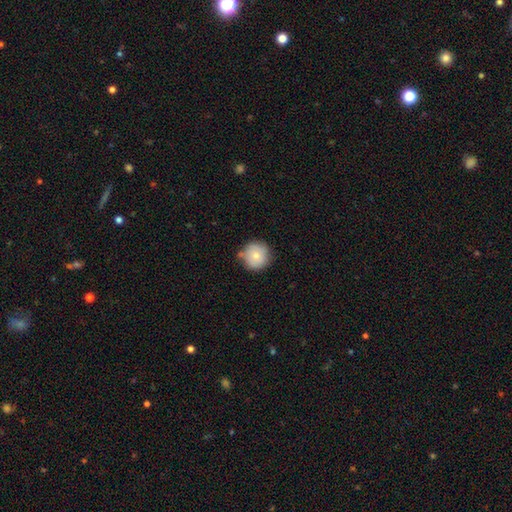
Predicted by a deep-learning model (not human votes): Q: Smooth or featured?
A: smooth (76%); runner-up: featured or disk (16%)
Q: How rounded?
A: round (94%); runner-up: in between (5%)
Q: Merging?
A: none (74%); runner-up: minor disturbance (18%)